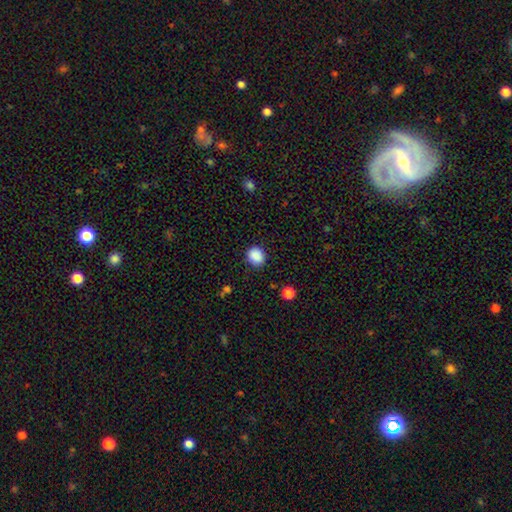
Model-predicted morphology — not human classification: The model was most divided on "how rounded": round: 68%, in between: 31%, cigar-shaped: 1%. More confident: smooth or featured — smooth (89%); merging — none (87%).